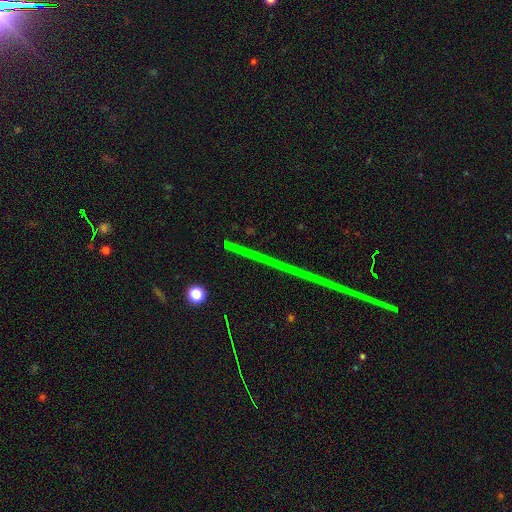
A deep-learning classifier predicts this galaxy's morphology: type=star or artifact (81%).